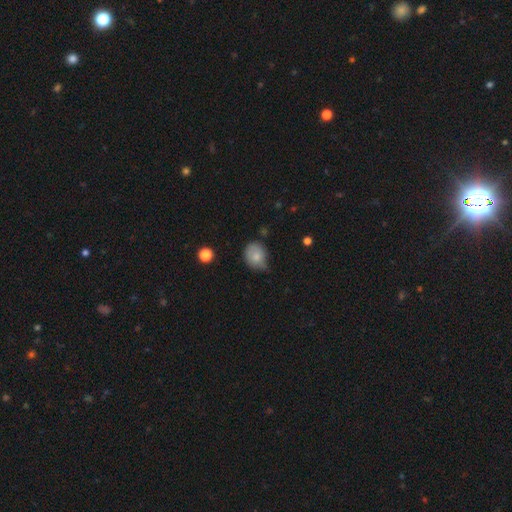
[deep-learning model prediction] This appears to be a smooth galaxy with no disk features (80%) that is round (50%). Merging: minor disturbance (43%, tied with none).